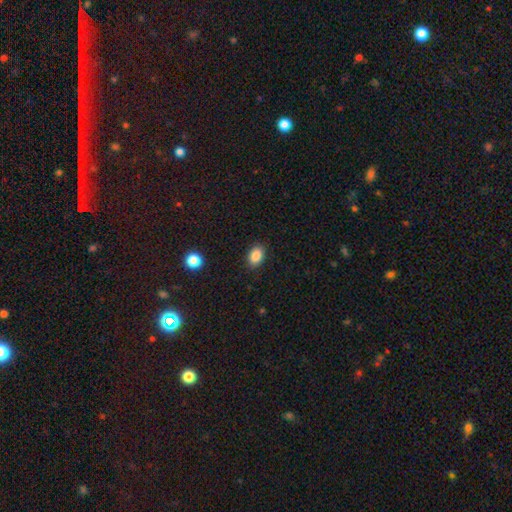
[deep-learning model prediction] Q: Smooth or featured?
A: smooth (87%); runner-up: star or artifact (9%)
Q: How rounded?
A: in between (84%); runner-up: round (15%)
Q: Merging?
A: none (88%); runner-up: minor disturbance (9%)